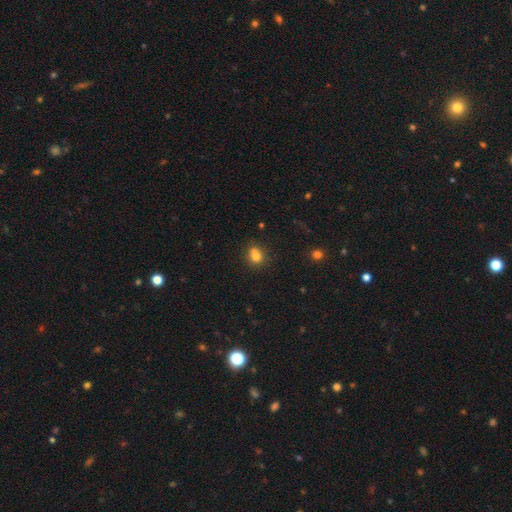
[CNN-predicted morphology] smooth 77%, star or artifact 13%, featured or disk 10%. Down the decision tree: how rounded — round (65%); merging — none (53%).